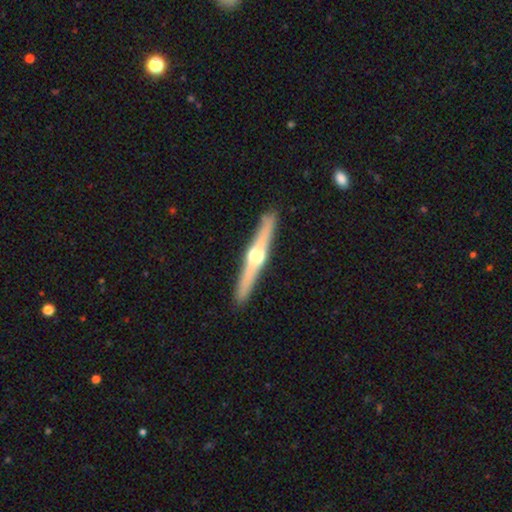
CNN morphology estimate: Smooth or featured?
  - featured or disk: 77% *
  - smooth: 18%
  - star or artifact: 5%
Edge-on disk?
  - yes: 98% *
  - no: 2%
Edge-on bulge?
  - rounded: 95% *
  - boxy: 3%
  - none: 2%
Merging?
  - none: 91% *
  - minor disturbance: 6%
  - major disturbance: 1%
  - merger: 1%